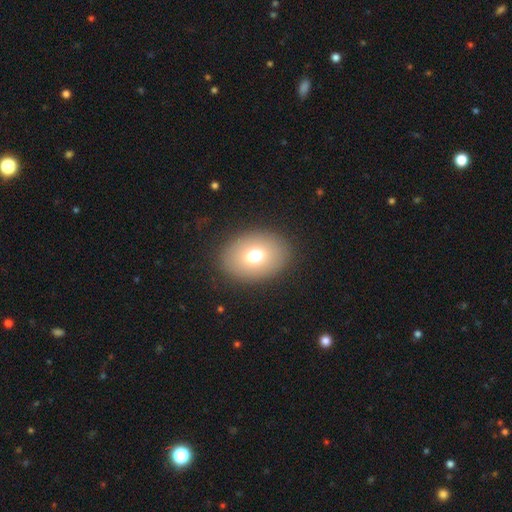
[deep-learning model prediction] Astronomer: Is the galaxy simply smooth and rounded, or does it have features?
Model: smooth — 72%.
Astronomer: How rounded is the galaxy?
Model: in between — 71%.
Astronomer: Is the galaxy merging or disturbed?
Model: none — 88%.